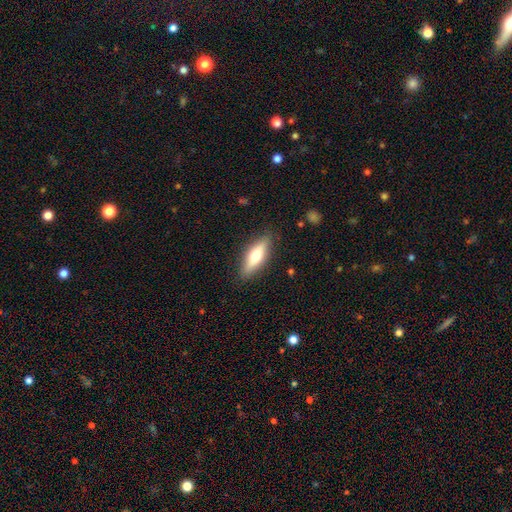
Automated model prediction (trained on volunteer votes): The model was most divided on "how rounded": in between: 50%, cigar-shaped: 48%, round: 2%. More confident: merging — none (86%); smooth or featured — smooth (58%).